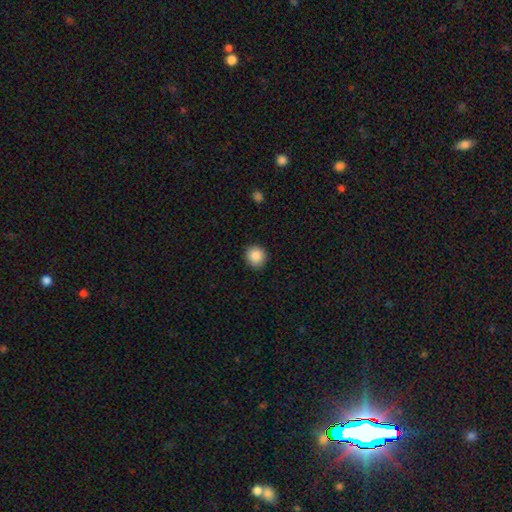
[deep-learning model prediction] smooth-or-featured: smooth: 88% | star or artifact: 9% | featured or disk: 3%
  how-rounded: round: 90% | in between: 9% | cigar-shaped: 1%
  merging: none: 91% | minor disturbance: 6% | major disturbance: 2% | merger: 1%